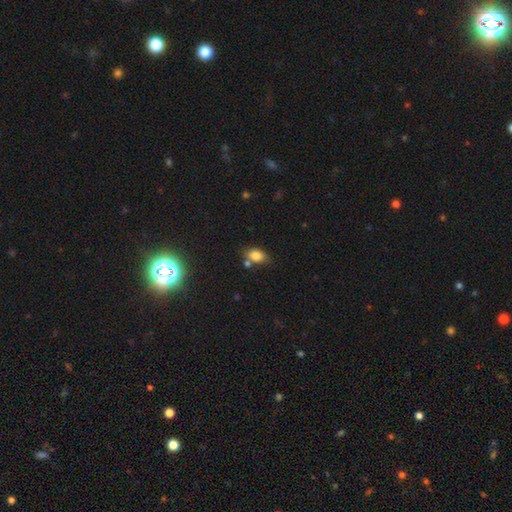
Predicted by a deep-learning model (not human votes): smooth 82%, star or artifact 10%, featured or disk 8%. Down the decision tree: how rounded — in between (82%); merging — none (63%).